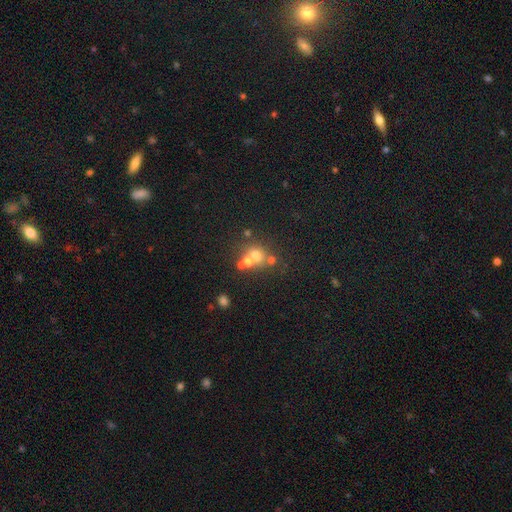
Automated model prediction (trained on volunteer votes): The model was most divided on "merging": none: 47%, merger: 39%, minor disturbance: 9%, major disturbance: 5%. More confident: how rounded — round (77%); smooth or featured — smooth (61%).